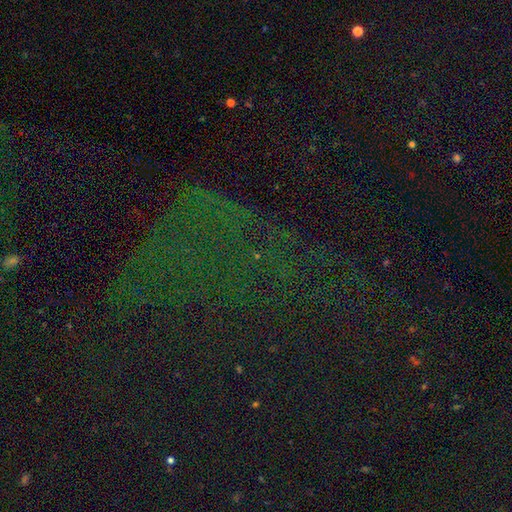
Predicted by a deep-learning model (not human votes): star or artifact 76%, smooth 13%, featured or disk 11%.